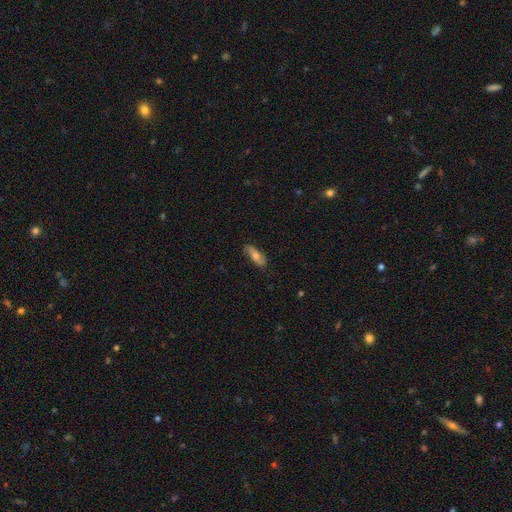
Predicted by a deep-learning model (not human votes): Overall: smooth (57%; featured or disk 36%). How rounded: in between (67%; cigar-shaped 30%). Merging: none (81%).